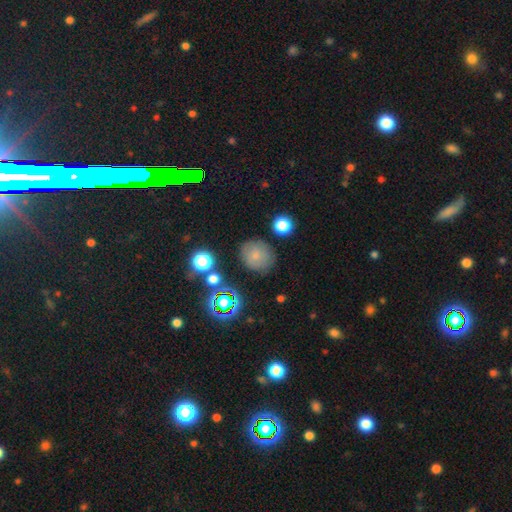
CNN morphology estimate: Smooth or featured? Predicted: smooth (p=0.71). How rounded? Predicted: round (p=0.75). Merging? Predicted: none (p=0.78).